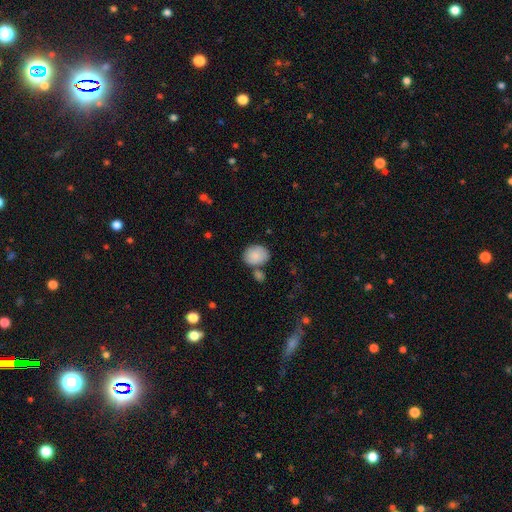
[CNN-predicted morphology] Smooth or featured? smooth (86%)
How rounded? in between (52%)
Merging? none (61%)